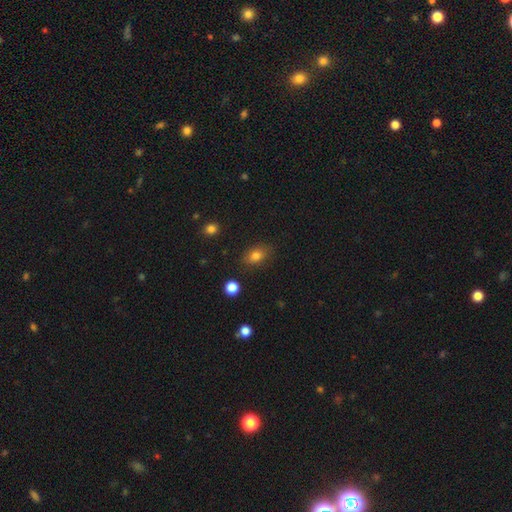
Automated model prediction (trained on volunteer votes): smooth-or-featured: smooth: 81% | star or artifact: 11% | featured or disk: 8%
  how-rounded: in between: 76% | round: 22% | cigar-shaped: 2%
  merging: none: 82% | minor disturbance: 13% | major disturbance: 3% | merger: 2%